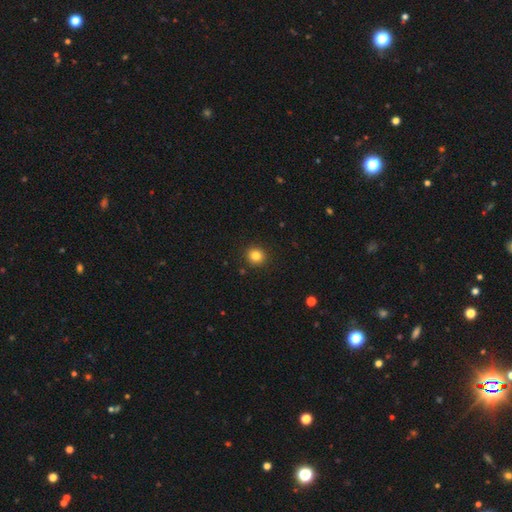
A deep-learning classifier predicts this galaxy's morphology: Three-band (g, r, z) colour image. It shows a smooth galaxy with no disk features (83%) that is round (89%). Merging: none (91%).